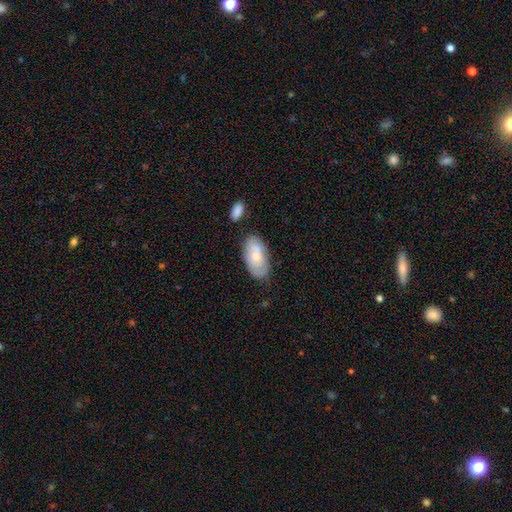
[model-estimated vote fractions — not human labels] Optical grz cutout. It shows a smooth galaxy with no disk features (60%) that is in between round and cigar-shaped (93%). Merging: none (60%).